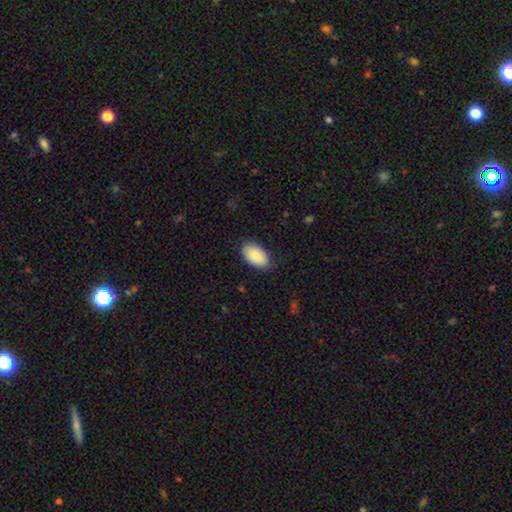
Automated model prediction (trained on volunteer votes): smooth_or_featured: smooth (p=0.86) [alt: featured or disk p=0.08]
how_rounded: in between (p=0.95) [alt: round p=0.04]
merging: none (p=0.83) [alt: minor disturbance p=0.13]